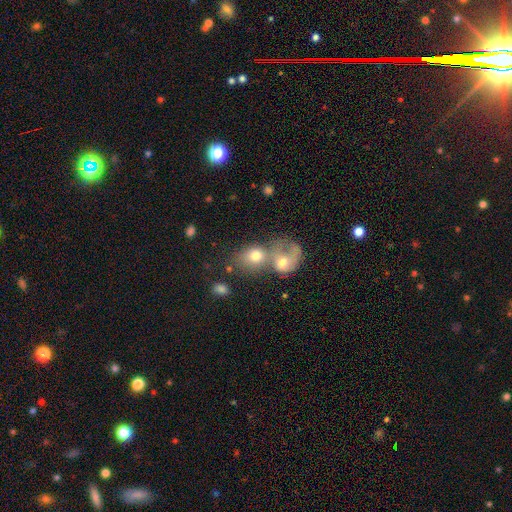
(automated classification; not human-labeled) Smooth or featured?
  - smooth: 68% *
  - featured or disk: 22%
  - star or artifact: 10%
How rounded?
  - round: 52% *
  - in between: 47%
  - cigar-shaped: 1%
Merging?
  - merger: 68% *
  - none: 18%
  - major disturbance: 8%
  - minor disturbance: 7%